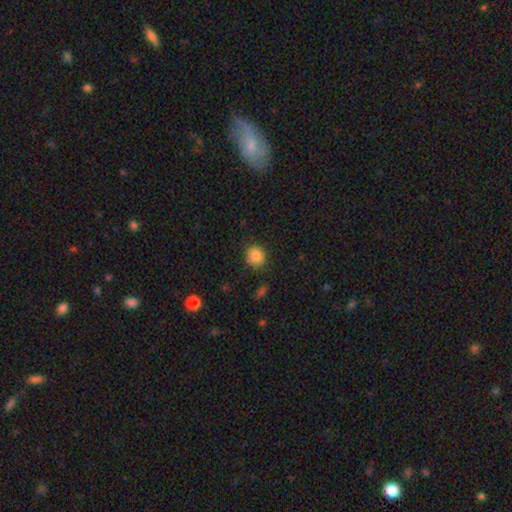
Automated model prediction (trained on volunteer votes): This is clearly a smooth galaxy (86%). How rounded: clearly round (83%). Merging: clearly none (83%).